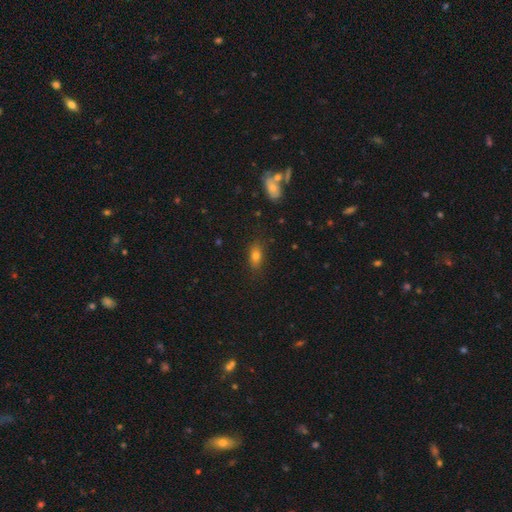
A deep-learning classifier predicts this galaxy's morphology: A smooth galaxy with no disk features (77%) that is in between round and cigar-shaped (79%).

Vote fractions:
- Smooth or featured? smooth: 77% / featured or disk: 12% / star or artifact: 11%
- How rounded? in between: 79% / cigar-shaped: 13% / round: 8%
- Merging? none: 83% / minor disturbance: 12% / major disturbance: 3% / merger: 2%